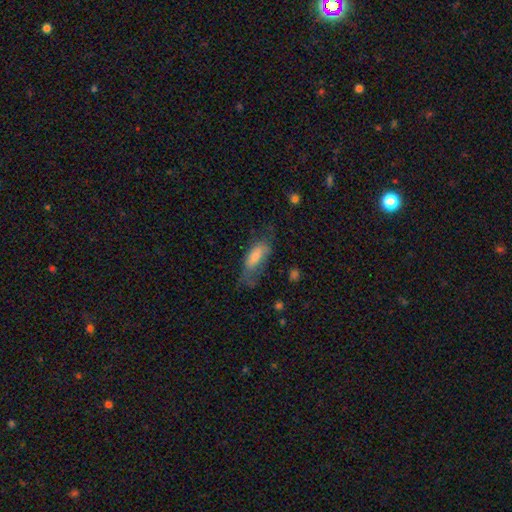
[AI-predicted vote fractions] The model was most divided on "merging": none: 44%, minor disturbance: 30%, major disturbance: 23%, merger: 2%. More confident: how rounded — in between (71%); smooth or featured — smooth (69%).